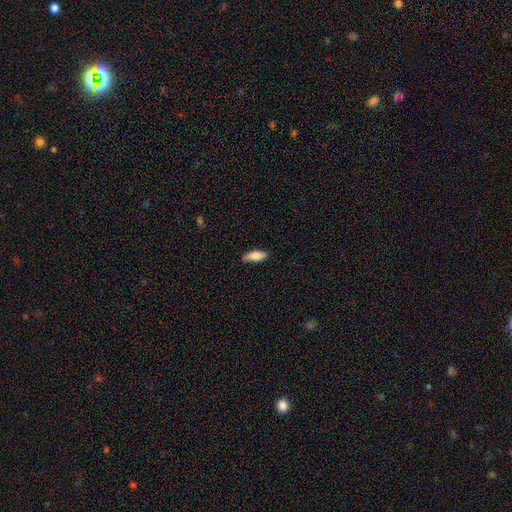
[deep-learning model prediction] Smooth or featured: smooth — 83% (featured or disk — 11%)
How rounded: in between — 67% (cigar-shaped — 31%)
Merging: none — 79% (minor disturbance — 17%)